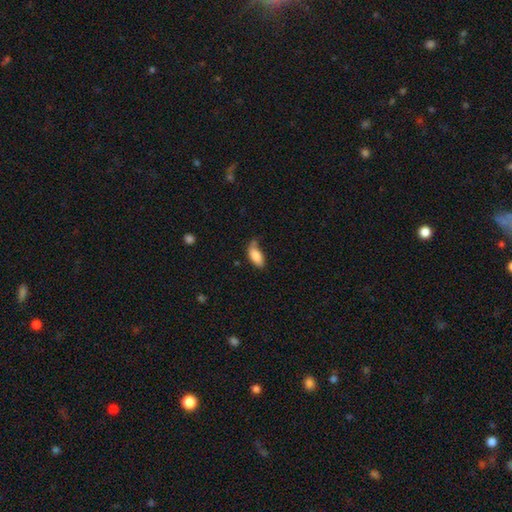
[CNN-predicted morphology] Smooth or featured? Predicted: smooth (p=0.82). How rounded? Predicted: in between (p=0.87). Merging? Predicted: none (p=0.49).